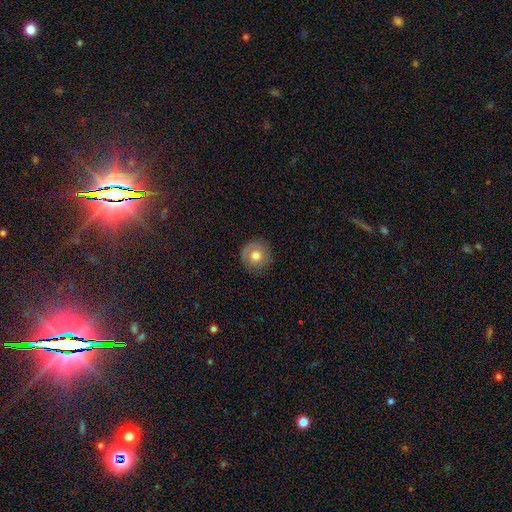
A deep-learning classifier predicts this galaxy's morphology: A smooth galaxy with no disk features (63%) that is round (92%).

Vote fractions:
- Smooth or featured? smooth: 63% / featured or disk: 28% / star or artifact: 9%
- How rounded? round: 92% / in between: 7% / cigar-shaped: 1%
- Merging? none: 84% / minor disturbance: 11% / major disturbance: 4% / merger: 1%